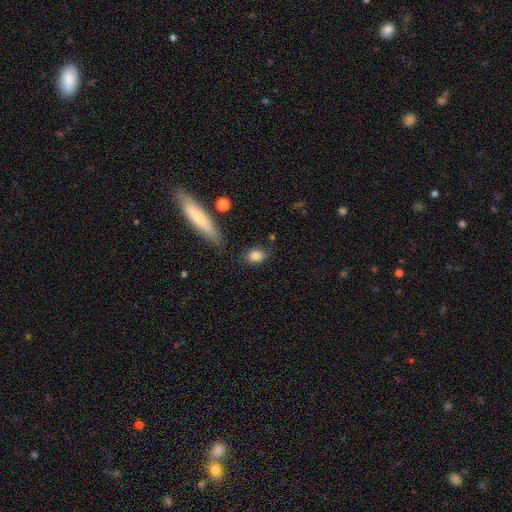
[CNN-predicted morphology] Smooth or featured? Predicted: smooth (p=0.84). How rounded? Predicted: in between (p=0.69). Merging? Predicted: none (p=0.75).